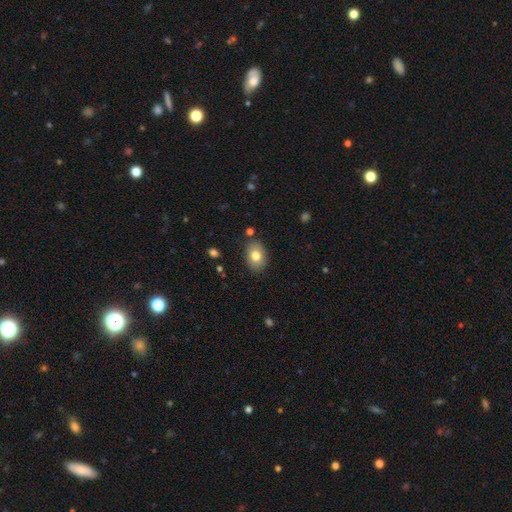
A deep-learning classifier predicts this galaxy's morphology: Smooth or featured?
  - smooth: 77% *
  - featured or disk: 15%
  - star or artifact: 8%
How rounded?
  - in between: 77% *
  - round: 22%
  - cigar-shaped: 1%
Merging?
  - none: 85% *
  - minor disturbance: 11%
  - major disturbance: 3%
  - merger: 2%